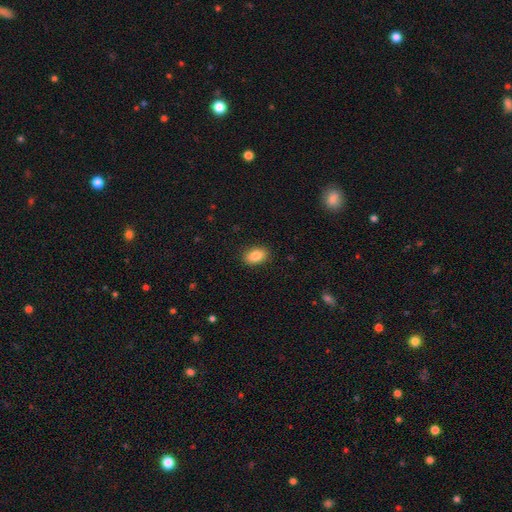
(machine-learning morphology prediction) This is clearly a smooth galaxy (85%). How rounded: clearly in between (89%). Merging: clearly none (89%).